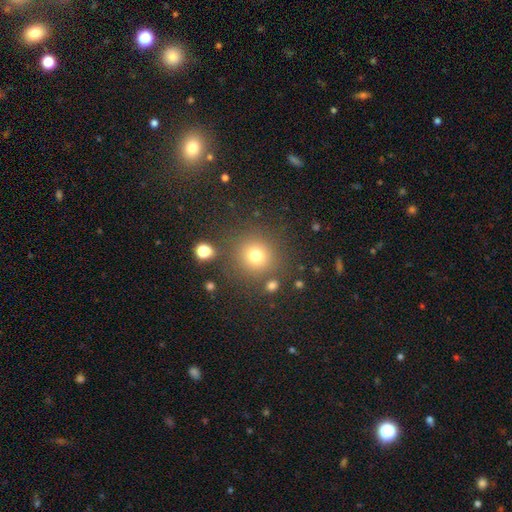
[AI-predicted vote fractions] smooth_or_featured: smooth (p=0.75) [alt: star or artifact p=0.17]
how_rounded: round (p=0.92) [alt: in between p=0.07]
merging: none (p=0.81) [alt: minor disturbance p=0.08]